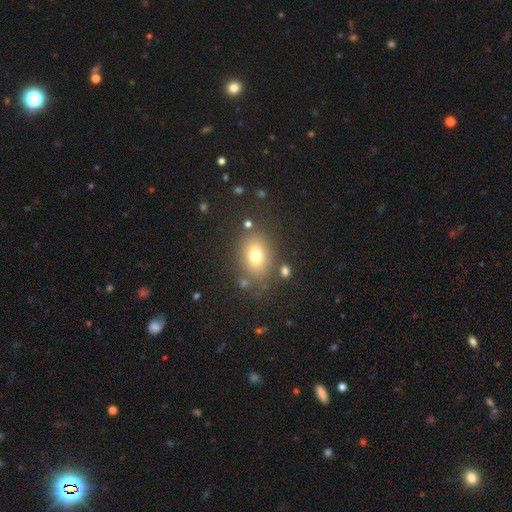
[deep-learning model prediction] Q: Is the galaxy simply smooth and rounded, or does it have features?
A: smooth — 74%.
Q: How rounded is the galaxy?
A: in between — 61%.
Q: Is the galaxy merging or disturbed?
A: none — 79%.